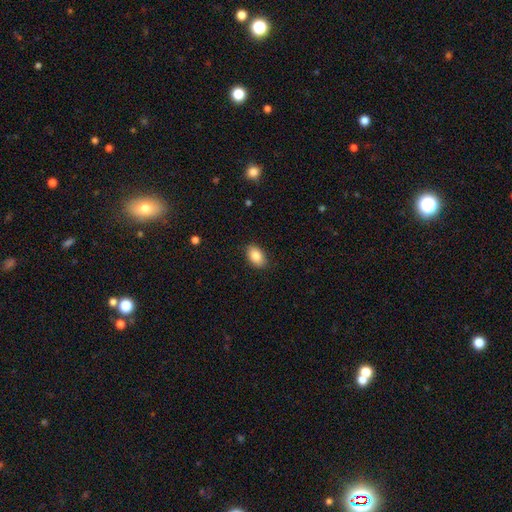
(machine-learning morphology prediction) smooth_or_featured: smooth (p=0.85) [alt: star or artifact p=0.08]
how_rounded: in between (p=0.89) [alt: round p=0.10]
merging: none (p=0.88) [alt: minor disturbance p=0.09]